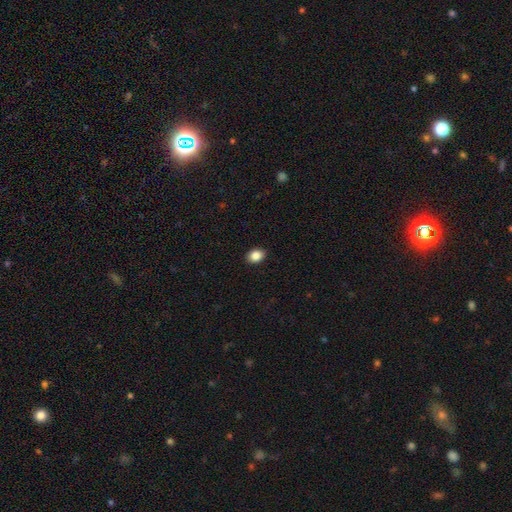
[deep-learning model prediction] This is clearly a smooth galaxy (86%). How rounded: likely in between (69%). Merging: clearly none (91%).